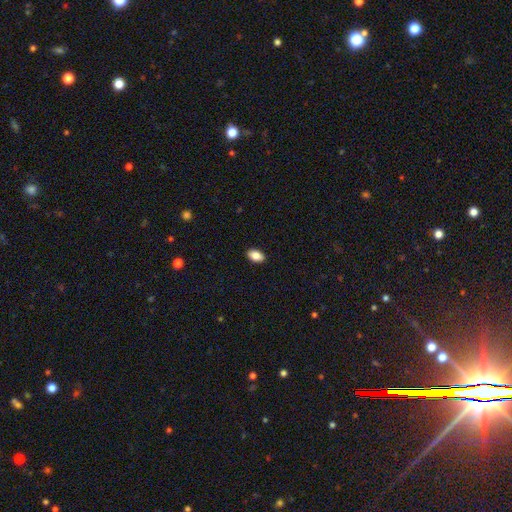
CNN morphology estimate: Smooth or featured?
  - smooth: 85% *
  - featured or disk: 8%
  - star or artifact: 7%
How rounded?
  - in between: 91% *
  - round: 7%
  - cigar-shaped: 2%
Merging?
  - none: 90% *
  - minor disturbance: 7%
  - major disturbance: 2%
  - merger: 1%